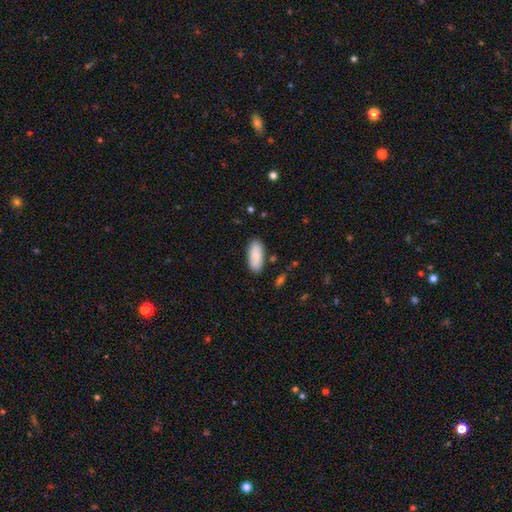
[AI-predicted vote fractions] smooth_or_featured: smooth (p=0.85) [alt: featured or disk p=0.09]
how_rounded: in between (p=0.87) [alt: cigar-shaped p=0.12]
merging: none (p=0.84) [alt: minor disturbance p=0.11]